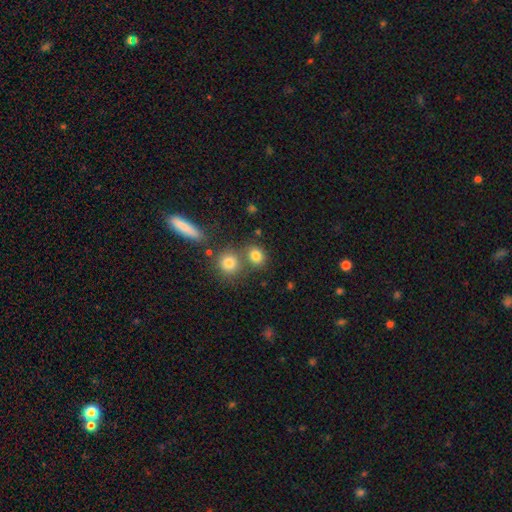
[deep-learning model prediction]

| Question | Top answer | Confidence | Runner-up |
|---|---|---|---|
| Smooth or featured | smooth | 79% | star or artifact (14%) |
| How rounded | round | 72% | in between (27%) |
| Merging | none | 62% | merger (25%) |